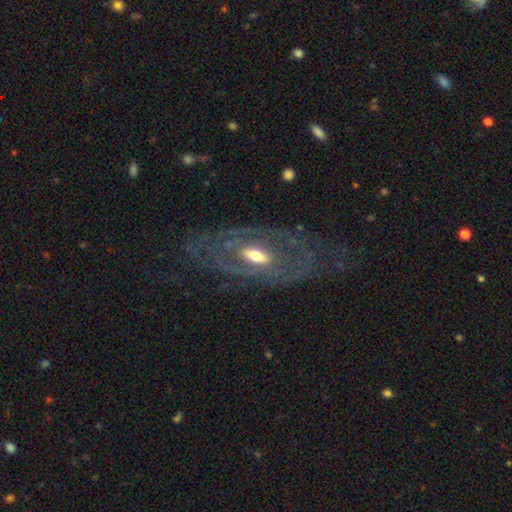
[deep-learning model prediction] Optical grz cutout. It shows a featured or disk galaxy (81%) with no bar (39%), 2 (37%) tight (53%) spiral arms (75%) and a moderate central bulge (63%). Merging: none (65%).